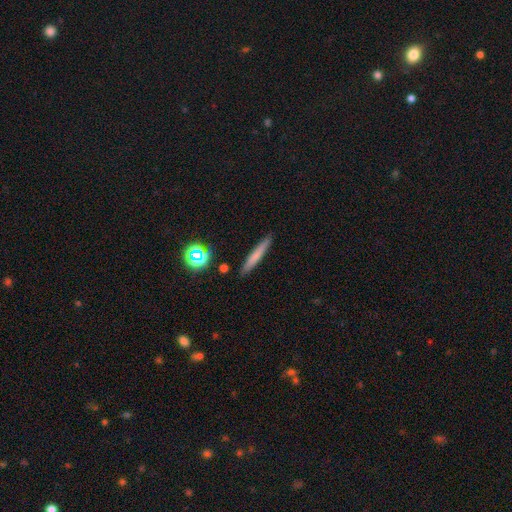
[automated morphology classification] smooth_or_featured: smooth (p=0.68) [alt: featured or disk p=0.24]
how_rounded: cigar-shaped (p=0.94) [alt: in between p=0.04]
merging: none (p=0.90) [alt: minor disturbance p=0.07]